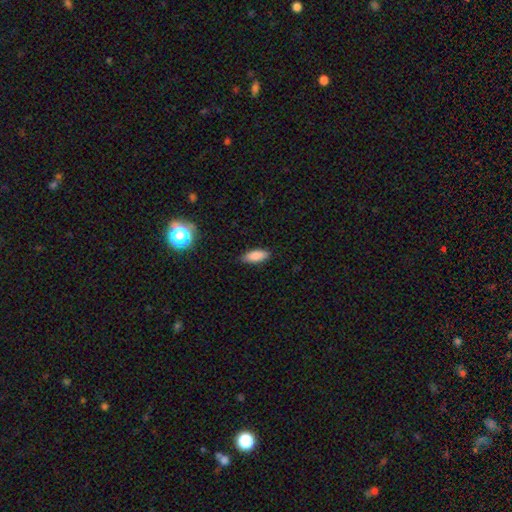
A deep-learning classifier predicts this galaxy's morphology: smooth-or-featured: smooth: 86% | star or artifact: 8% | featured or disk: 6%
  how-rounded: in between: 76% | cigar-shaped: 22% | round: 2%
  merging: none: 83% | minor disturbance: 13% | major disturbance: 2% | merger: 1%